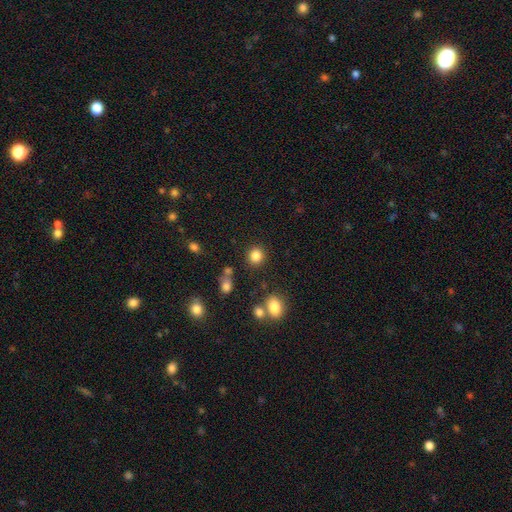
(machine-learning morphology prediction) The model was most divided on "how rounded": round: 85%, in between: 14%, cigar-shaped: 1%. More confident: merging — none (85%); smooth or featured — smooth (84%).